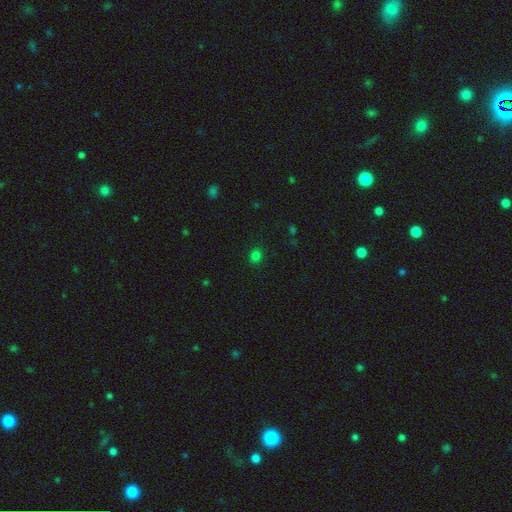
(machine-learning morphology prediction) Smooth or featured: smooth — 79% (star or artifact — 18%)
How rounded: round — 68% (in between — 30%)
Merging: none — 88% (minor disturbance — 8%)